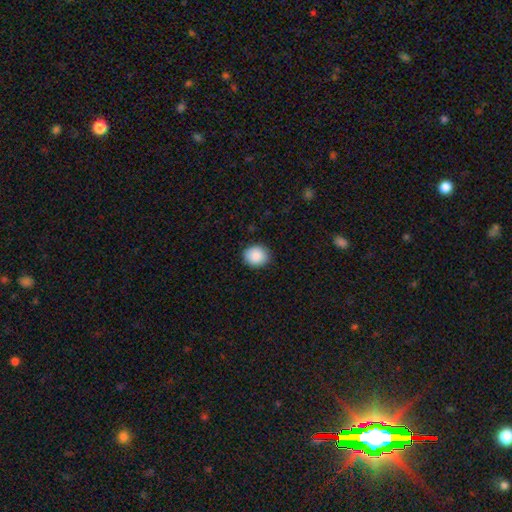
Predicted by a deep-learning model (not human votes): This appears to be a smooth galaxy with no disk features (88%) that is round (71%). Merging: none (86%).